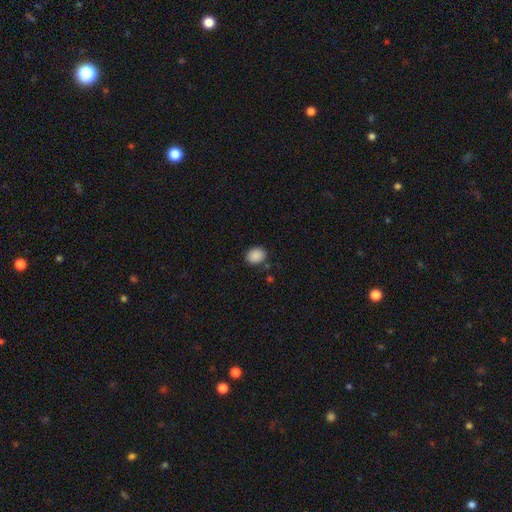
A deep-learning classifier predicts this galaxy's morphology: Overall: smooth (89%). How rounded: round (53%; in between 46%). Merging: none (84%).